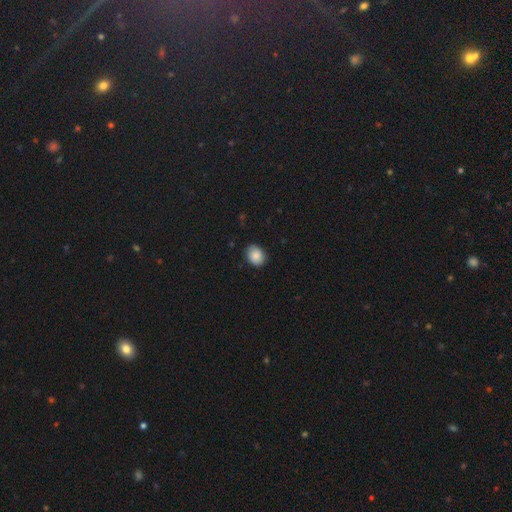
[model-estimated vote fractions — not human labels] smooth 85%, star or artifact 8%, featured or disk 8%. Down the decision tree: how rounded — round (50%); merging — none (85%).